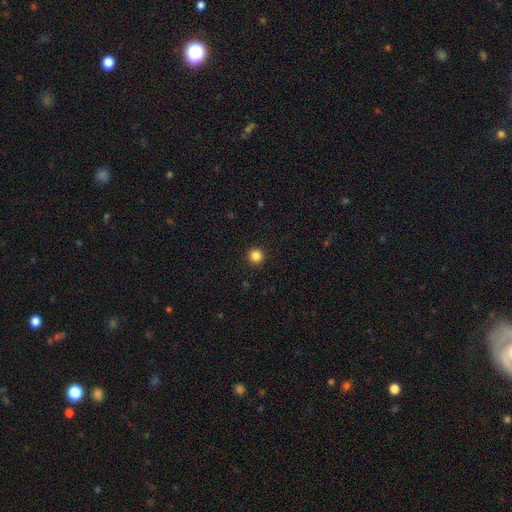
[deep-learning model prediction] A smooth galaxy with no disk features (85%) that is round (96%).

Vote fractions:
- Smooth or featured? smooth: 85% / star or artifact: 12% / featured or disk: 4%
- How rounded? round: 96% / in between: 3% / cigar-shaped: 1%
- Merging? none: 94% / minor disturbance: 4% / major disturbance: 2% / merger: 1%